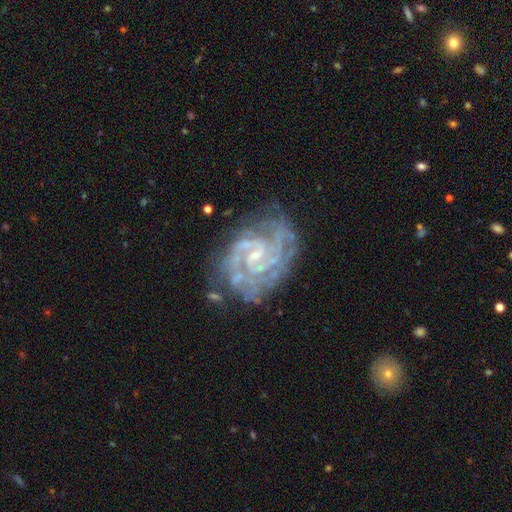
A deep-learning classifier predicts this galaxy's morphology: This appears to be a featured or disk galaxy (90%) with a weak bar (46%), 2 (38%) tight (66%) spiral arms (97%) and a small central bulge (73%). Merging: none (68%).